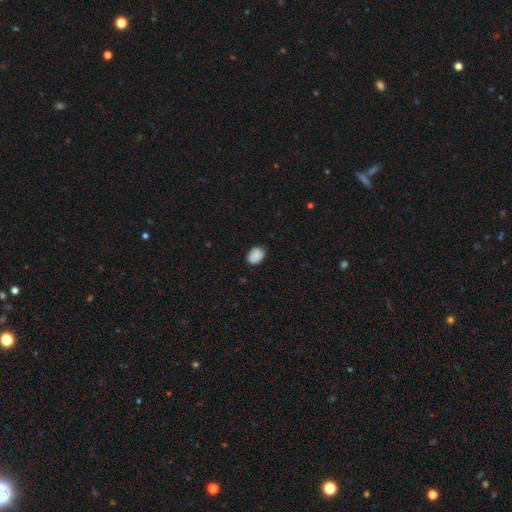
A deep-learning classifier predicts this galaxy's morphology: smooth 86%, star or artifact 8%, featured or disk 6%. Down the decision tree: how rounded — in between (59%); merging — none (81%).